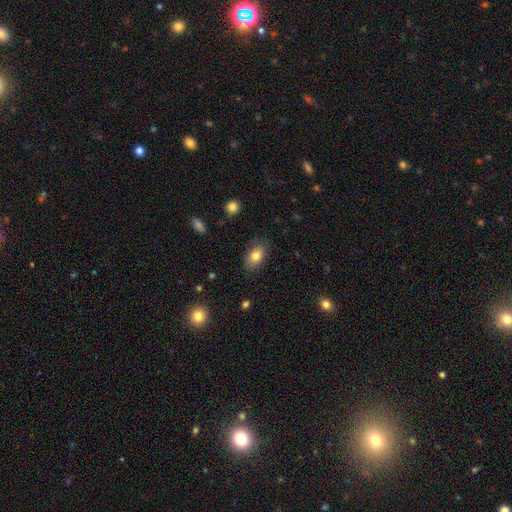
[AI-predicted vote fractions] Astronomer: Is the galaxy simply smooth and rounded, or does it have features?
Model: smooth — 80%.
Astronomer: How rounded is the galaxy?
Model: in between — 88%.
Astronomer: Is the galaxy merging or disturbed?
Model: none — 80%.